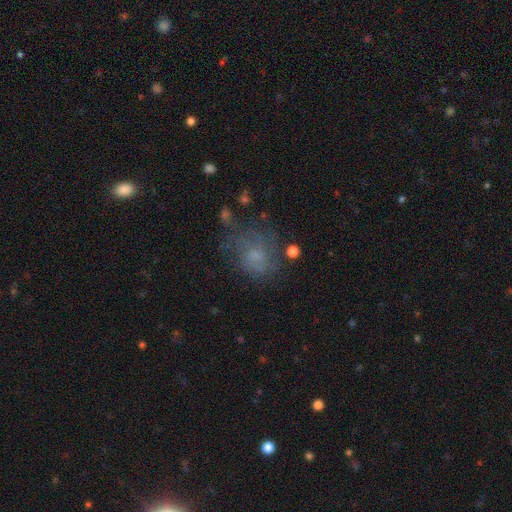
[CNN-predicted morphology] Q: Smooth or featured?
A: smooth (42%); runner-up: featured or disk (41%)
Q: Merging?
A: none (54%); runner-up: minor disturbance (22%)